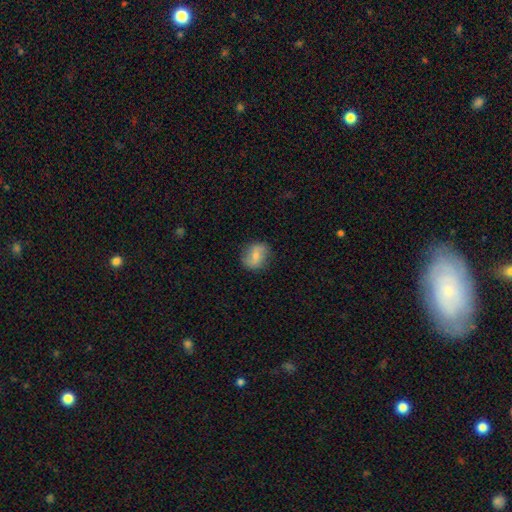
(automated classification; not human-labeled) Smooth or featured? Predicted: smooth (p=0.57). How rounded? Predicted: round (p=0.60). Merging? Predicted: none (p=0.79).